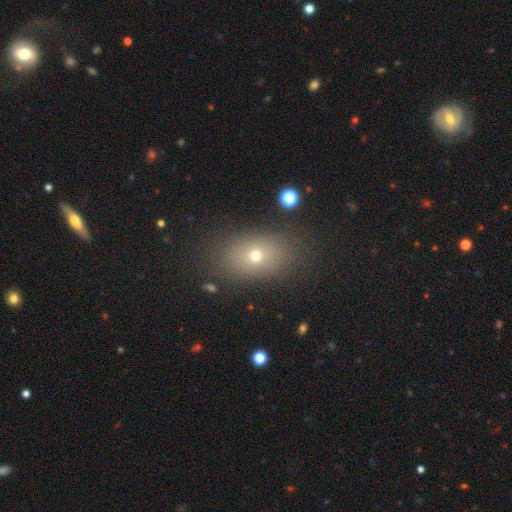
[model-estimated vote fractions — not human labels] smooth 65%, star or artifact 18%, featured or disk 17%. Down the decision tree: how rounded — in between (73%); merging — none (82%).